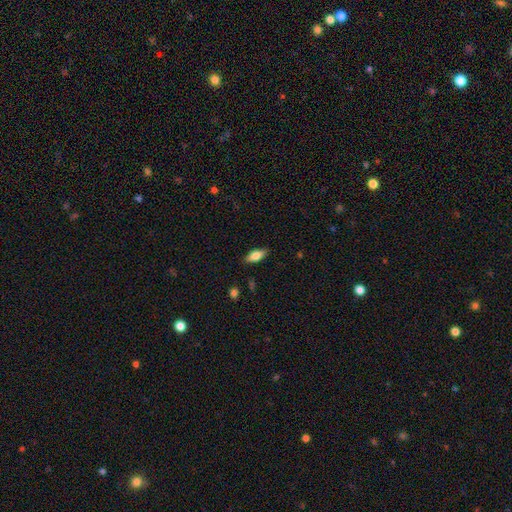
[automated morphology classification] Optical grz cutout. It shows a smooth galaxy with no disk features (66%) that is in between round and cigar-shaped (75%). Merging: none (87%).